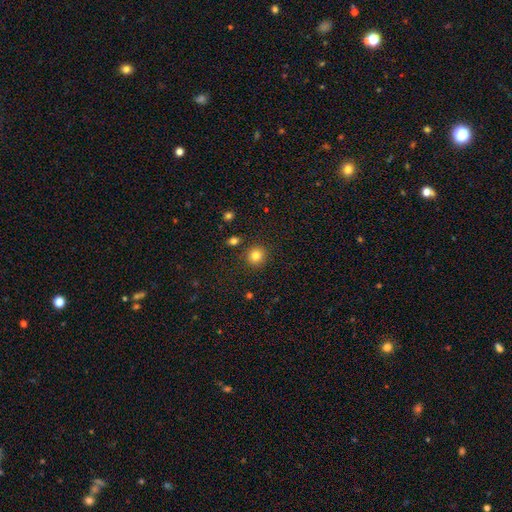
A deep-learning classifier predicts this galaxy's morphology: Smooth or featured? smooth (82%)
How rounded? round (90%)
Merging? none (88%)